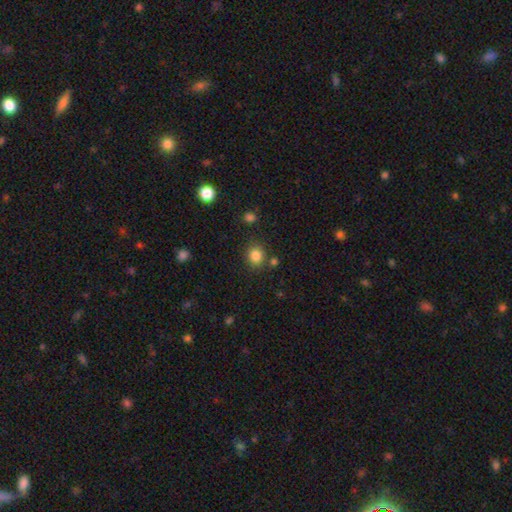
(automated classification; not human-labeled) Morphology: type=smooth (84%); roundness=round (76%); merging=none (80%).